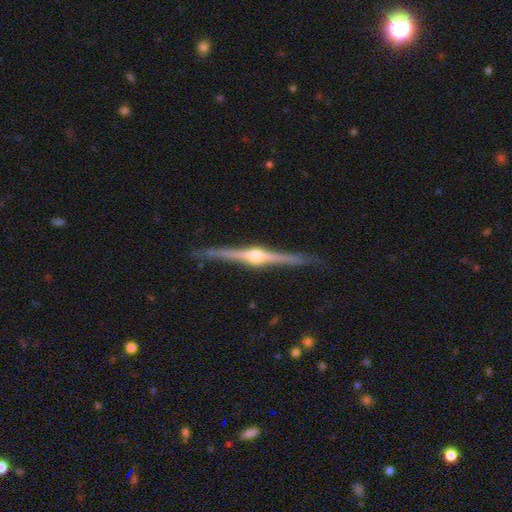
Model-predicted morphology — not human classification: The model was most divided on "smooth or featured": featured or disk: 88%, smooth: 7%, star or artifact: 4%. More confident: edge-on disk — yes (99%); edge-on bulge — rounded (94%); merging — none (89%).